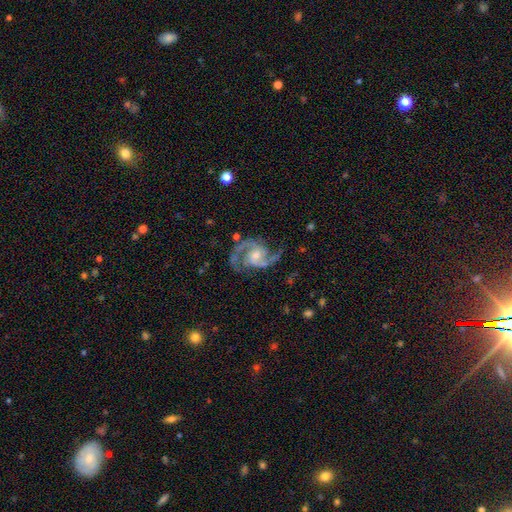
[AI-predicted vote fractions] Overall: featured or disk (93%). Edge-on disk: no (98%). Bar: no (49%; weak 41%). Spiral arms: yes (98%). Spiral arm count: 2 (89%). Spiral winding: medium (63%). Bulge size: moderate (48%; small 42%). Merging: none (75%).